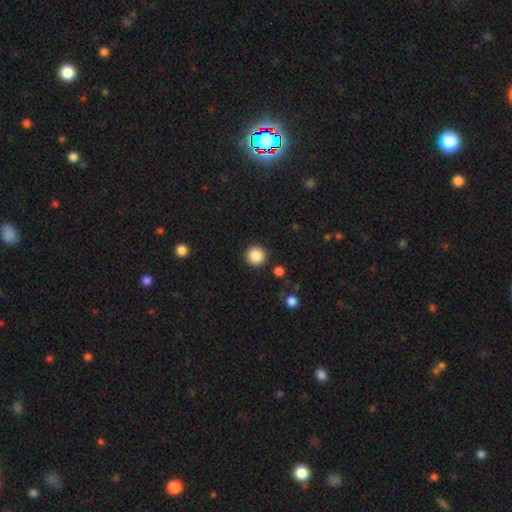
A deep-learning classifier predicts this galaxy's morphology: A smooth galaxy with no disk features (87%) that is round (96%). Merging: none (91%).